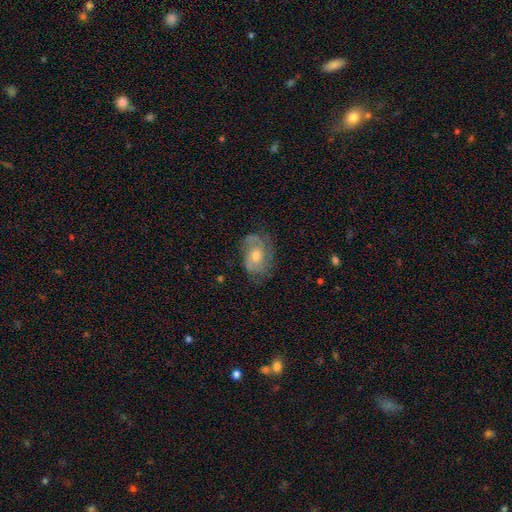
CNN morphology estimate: Q: Smooth or featured?
A: featured or disk (74%); runner-up: smooth (19%)
Q: Edge-on disk?
A: no (97%); runner-up: yes (3%)
Q: Bar?
A: no (70%); runner-up: weak (26%)
Q: Spiral arms?
A: yes (89%); runner-up: no (11%)
Q: Spiral winding?
A: medium (42%); runner-up: tight (39%)
Q: Spiral arm count?
A: 2 (40%); runner-up: can't tell (26%)
Q: Bulge size?
A: moderate (64%); runner-up: small (30%)
Q: Merging?
A: none (66%); runner-up: minor disturbance (22%)